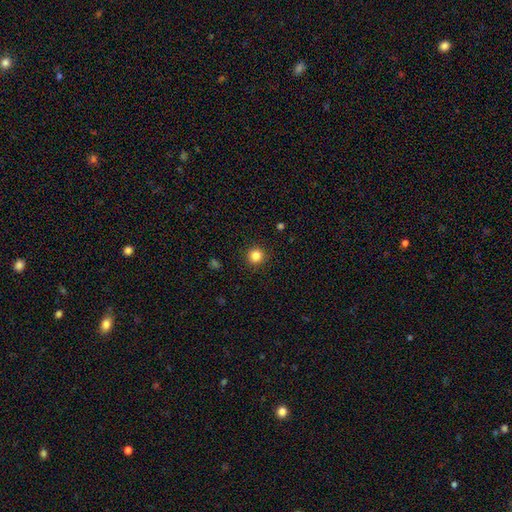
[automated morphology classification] type=smooth (84%); roundness=round (94%); merging=none (92%).